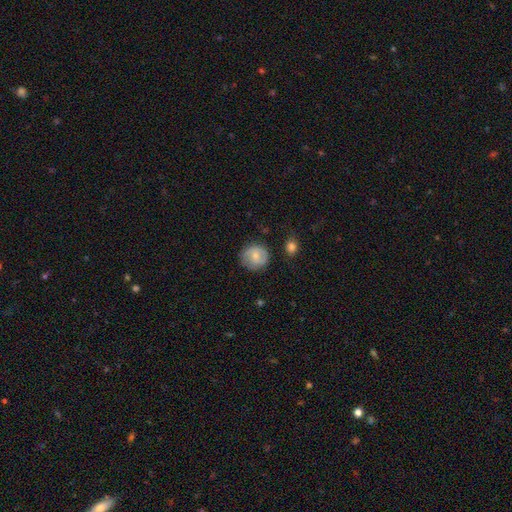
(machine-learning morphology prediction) This appears to be a smooth galaxy with no disk features (63%) that is round (88%). Merging: none (76%).